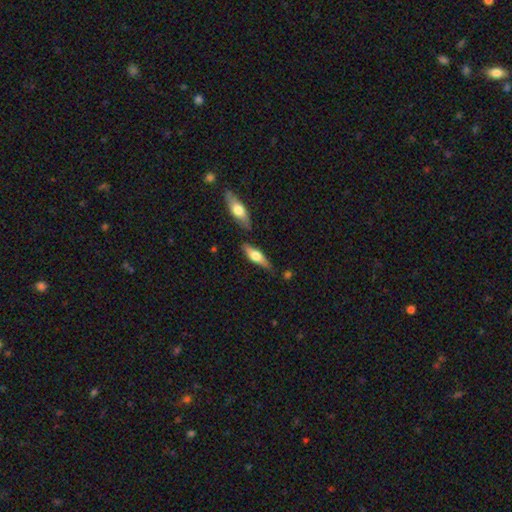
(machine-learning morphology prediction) A featured or disk galaxy (50%).

Vote fractions:
- Smooth or featured? featured or disk: 50% / smooth: 44% / star or artifact: 6%
- Merging? none: 75% / minor disturbance: 14% / merger: 8% / major disturbance: 3%